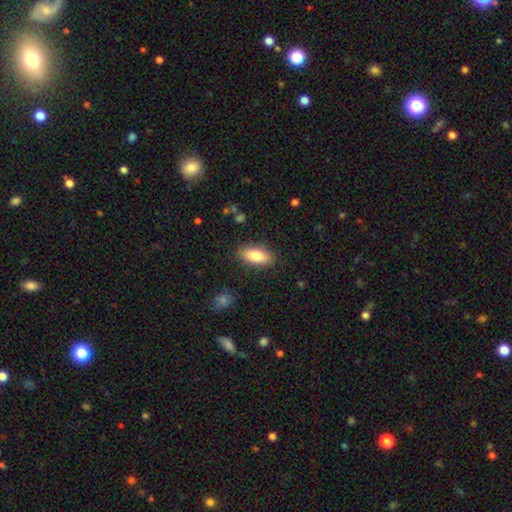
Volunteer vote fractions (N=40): This is clearly a smooth galaxy (85%). How rounded: clearly in between (91%). Merging: clearly none (89%).